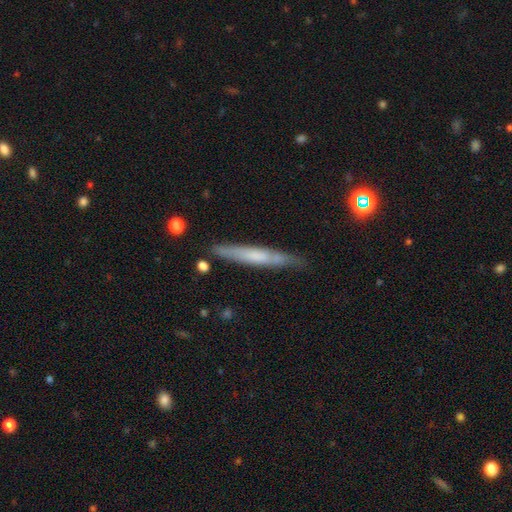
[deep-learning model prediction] Smooth or featured: smooth — 49% (featured or disk — 44%)
Merging: none — 79% (minor disturbance — 16%)